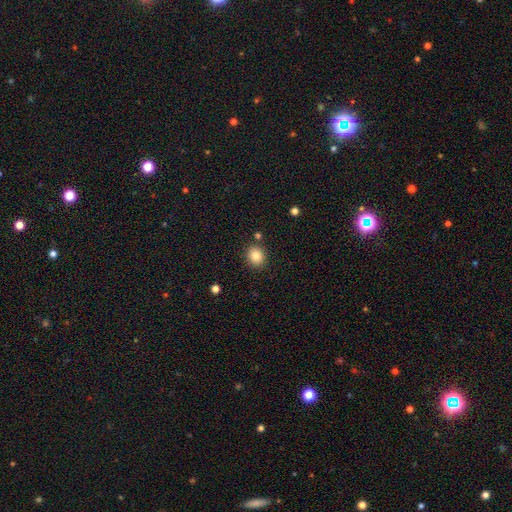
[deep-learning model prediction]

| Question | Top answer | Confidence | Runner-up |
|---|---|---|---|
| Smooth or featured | smooth | 84% | star or artifact (10%) |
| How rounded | round | 76% | in between (23%) |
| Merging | none | 87% | minor disturbance (8%) |